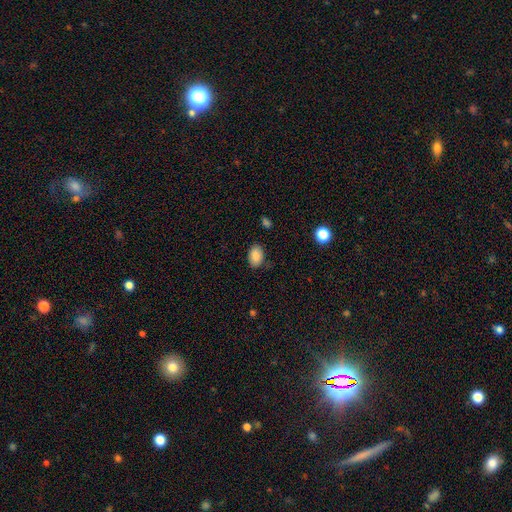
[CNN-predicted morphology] Overall: smooth (87%). How rounded: in between (86%). Merging: none (82%).